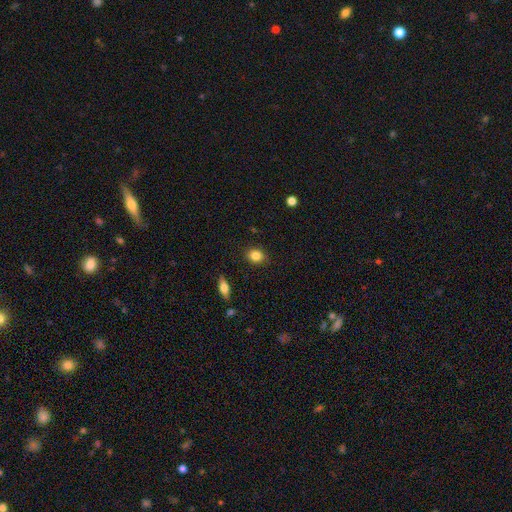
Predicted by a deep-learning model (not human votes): Morphology: type=smooth (84%); roundness=round (54%); merging=none (87%).